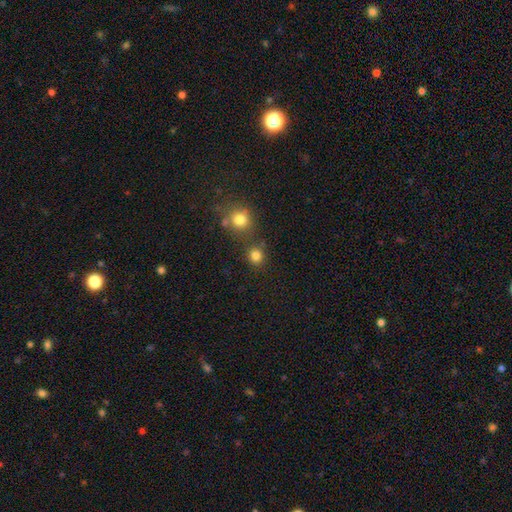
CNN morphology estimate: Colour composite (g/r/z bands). It shows a smooth galaxy with no disk features (81%) that is round (88%). Merging: none (75%).